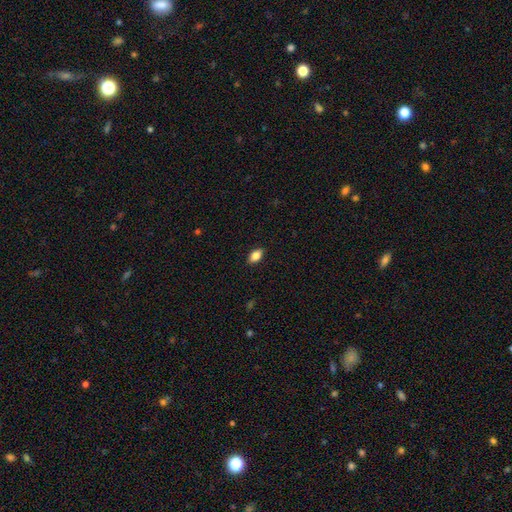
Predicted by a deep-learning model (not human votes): smooth 82%, featured or disk 10%, star or artifact 8%. Down the decision tree: how rounded — in between (89%); merging — none (88%).